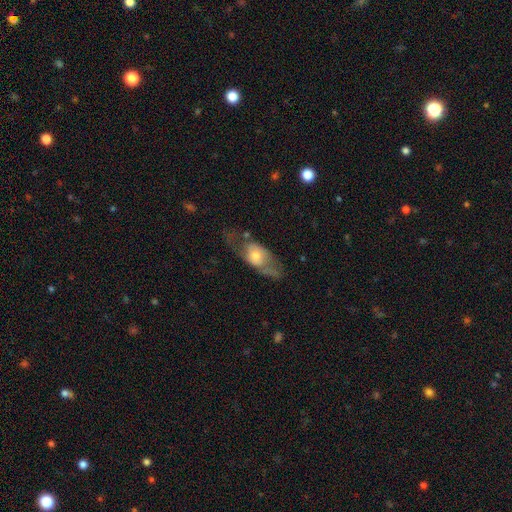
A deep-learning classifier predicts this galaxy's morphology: Smooth or featured? Predicted: featured or disk (p=0.53). Edge-on disk? Predicted: no (p=0.74). Merging? Predicted: none (p=0.47).